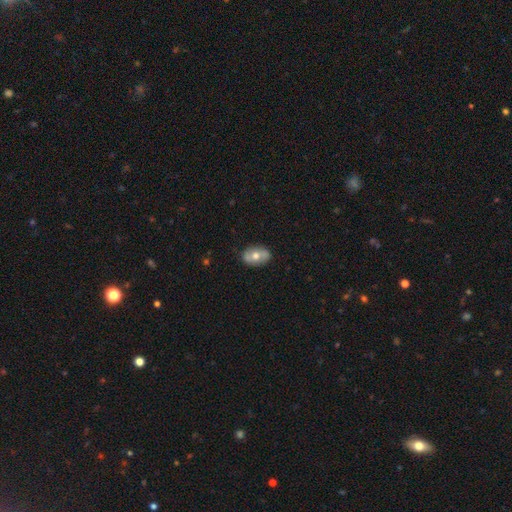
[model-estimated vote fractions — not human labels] This appears to be a smooth galaxy with no disk features (52%) that is in between round and cigar-shaped (82%). Merging: none (84%).